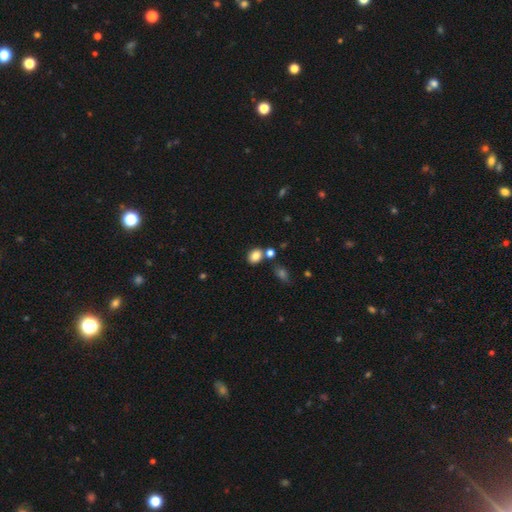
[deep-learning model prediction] Smooth or featured: smooth — 83% (star or artifact — 11%)
How rounded: in between — 60% (round — 39%)
Merging: none — 66% (merger — 17%)